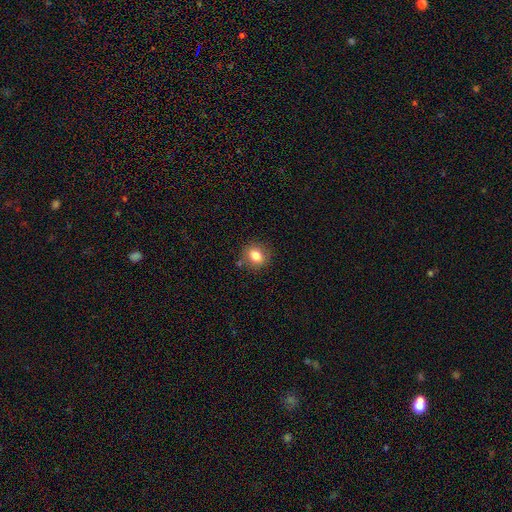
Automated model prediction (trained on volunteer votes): smooth_or_featured: smooth (p=0.81) [alt: star or artifact p=0.10]
how_rounded: round (p=0.65) [alt: in between p=0.34]
merging: none (p=0.81) [alt: minor disturbance p=0.12]